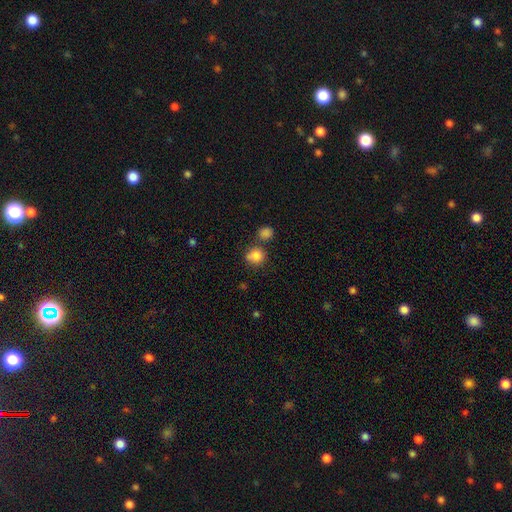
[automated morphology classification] Smooth or featured?
  - smooth: 84% *
  - star or artifact: 11%
  - featured or disk: 6%
How rounded?
  - round: 81% *
  - in between: 18%
  - cigar-shaped: 1%
Merging?
  - none: 64% *
  - merger: 17%
  - minor disturbance: 14%
  - major disturbance: 5%